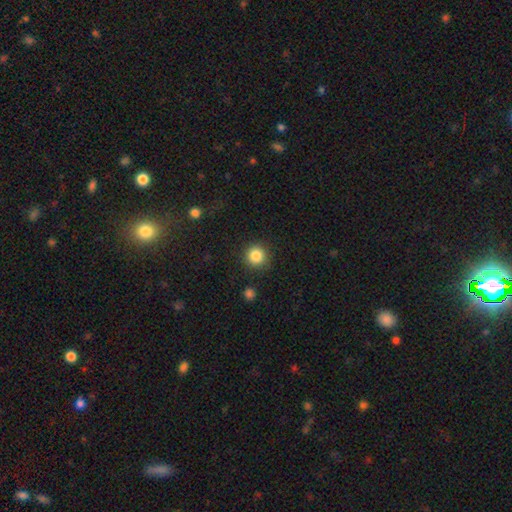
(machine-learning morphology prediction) This is clearly a smooth galaxy (85%). How rounded: clearly round (94%). Merging: clearly none (89%).